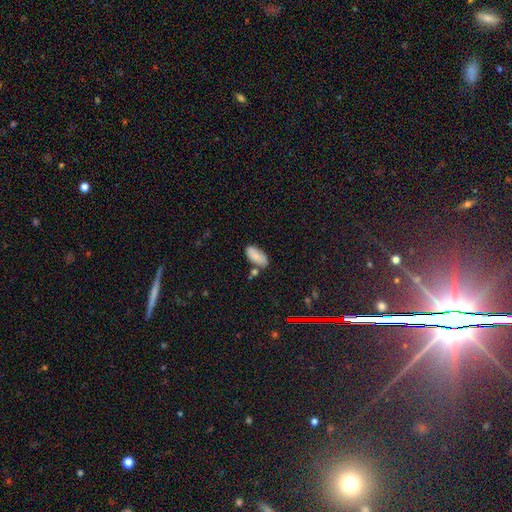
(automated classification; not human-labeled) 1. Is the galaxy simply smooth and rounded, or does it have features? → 83% smooth, 9% featured or disk, 8% star or artifact.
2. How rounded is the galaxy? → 91% in between, 7% cigar-shaped, 2% round.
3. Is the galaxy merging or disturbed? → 69% none, 17% minor disturbance, 11% merger, 4% major disturbance.